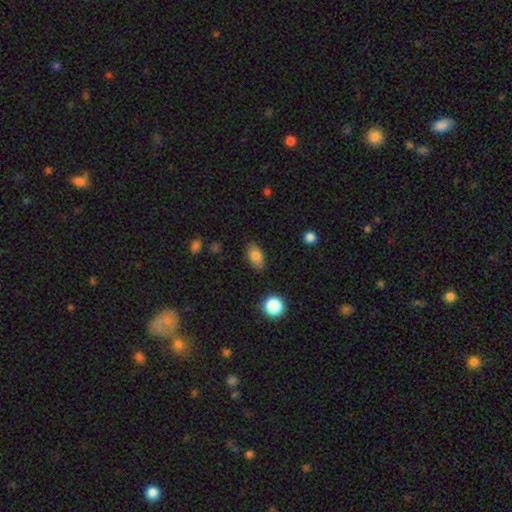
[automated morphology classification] Q: Smooth or featured?
A: smooth (81%); runner-up: featured or disk (11%)
Q: How rounded?
A: in between (89%); runner-up: round (8%)
Q: Merging?
A: none (81%); runner-up: minor disturbance (14%)